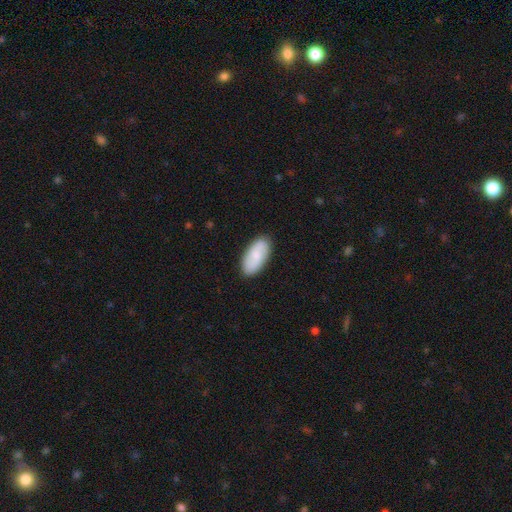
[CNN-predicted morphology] Smooth or featured?
  - smooth: 65% *
  - featured or disk: 29%
  - star or artifact: 6%
How rounded?
  - in between: 92% *
  - cigar-shaped: 6%
  - round: 2%
Merging?
  - none: 87% *
  - minor disturbance: 10%
  - major disturbance: 2%
  - merger: 1%